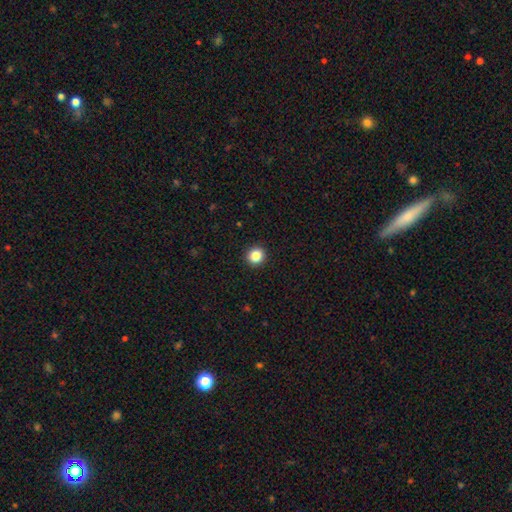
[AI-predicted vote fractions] Q: Smooth or featured?
A: smooth (85%); runner-up: star or artifact (11%)
Q: How rounded?
A: round (91%); runner-up: in between (8%)
Q: Merging?
A: none (93%); runner-up: minor disturbance (5%)